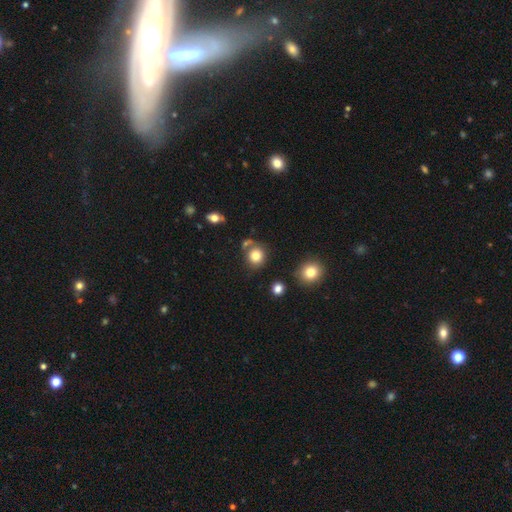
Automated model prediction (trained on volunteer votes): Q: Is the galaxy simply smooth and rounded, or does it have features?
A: smooth — 81%.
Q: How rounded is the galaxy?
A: round — 85%.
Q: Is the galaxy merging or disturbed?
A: none — 71%.